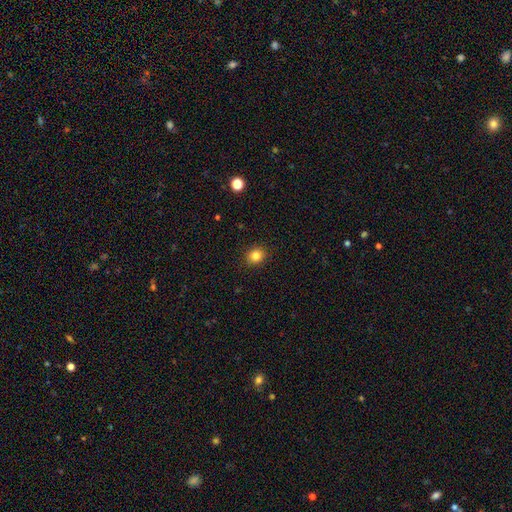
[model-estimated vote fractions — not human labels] smooth_or_featured: smooth (p=0.83) [alt: star or artifact p=0.12]
how_rounded: round (p=0.78) [alt: in between p=0.21]
merging: none (p=0.89) [alt: minor disturbance p=0.08]